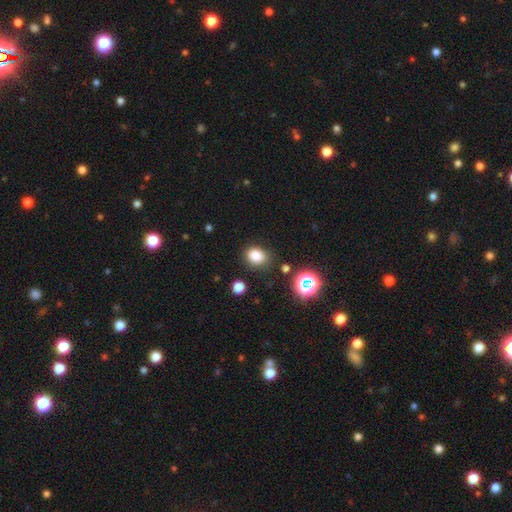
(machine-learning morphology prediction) Overall: smooth (81%). How rounded: round (52%; in between 47%). Merging: none (78%).